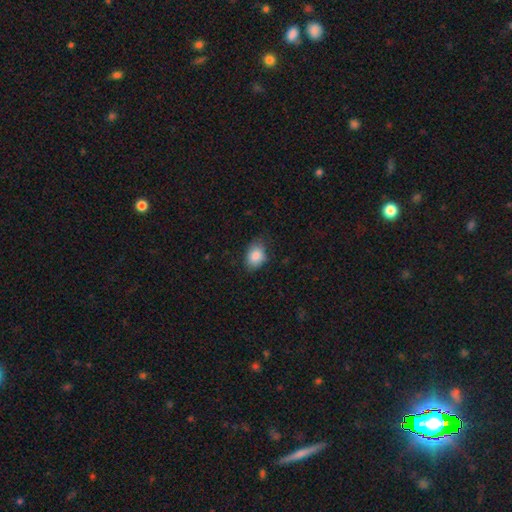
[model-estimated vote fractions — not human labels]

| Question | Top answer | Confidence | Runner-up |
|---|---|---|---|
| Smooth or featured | smooth | 86% | star or artifact (8%) |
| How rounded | in between | 77% | round (22%) |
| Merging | none | 72% | minor disturbance (22%) |